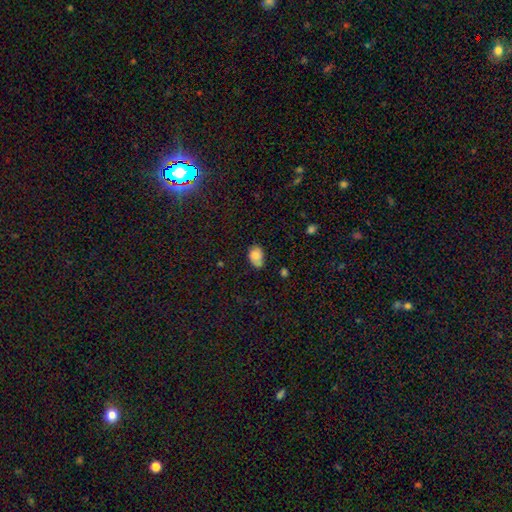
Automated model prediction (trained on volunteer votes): A smooth galaxy with no disk features (80%) that is in between round and cigar-shaped (76%). Merging: none (53%).